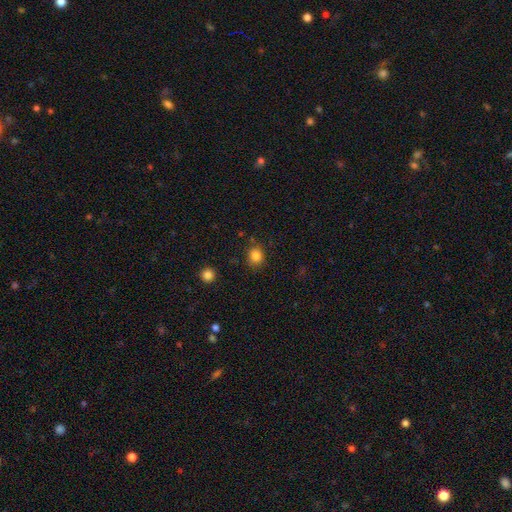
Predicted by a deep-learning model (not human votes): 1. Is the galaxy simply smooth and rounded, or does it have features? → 83% smooth, 12% star or artifact, 5% featured or disk.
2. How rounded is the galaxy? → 77% round, 22% in between, 1% cigar-shaped.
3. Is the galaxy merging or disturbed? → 83% none, 11% minor disturbance, 3% major disturbance, 3% merger.